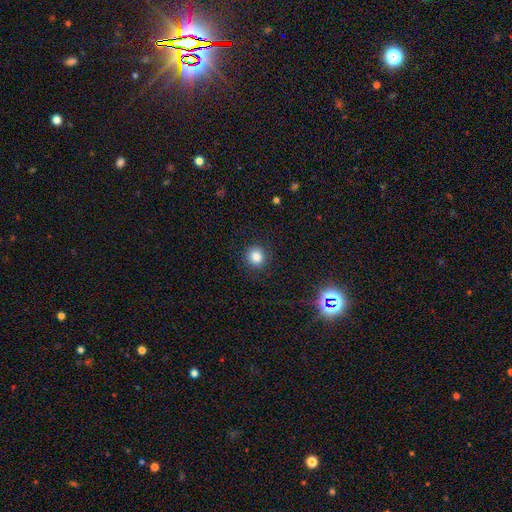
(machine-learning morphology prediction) smooth 84%, star or artifact 11%, featured or disk 5%. Down the decision tree: how rounded — round (92%); merging — none (90%).